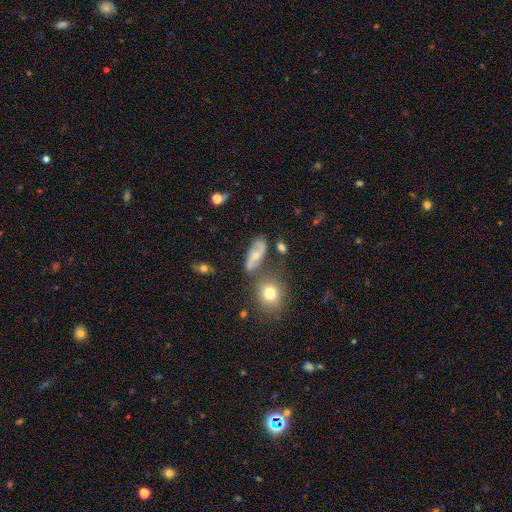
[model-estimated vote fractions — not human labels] smooth_or_featured: featured or disk (p=0.52) [alt: smooth p=0.38]
disk_edge_on: no (p=0.86) [alt: yes p=0.14]
merging: none (p=0.60) [alt: minor disturbance p=0.20]